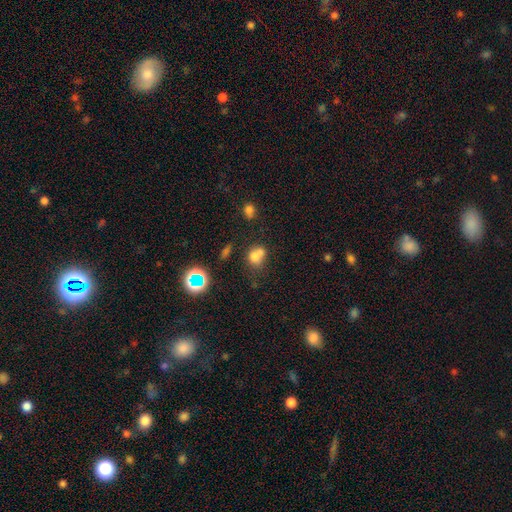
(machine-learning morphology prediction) Smooth or featured? smooth (68%)
How rounded? round (59%)
Merging? merger (48%)